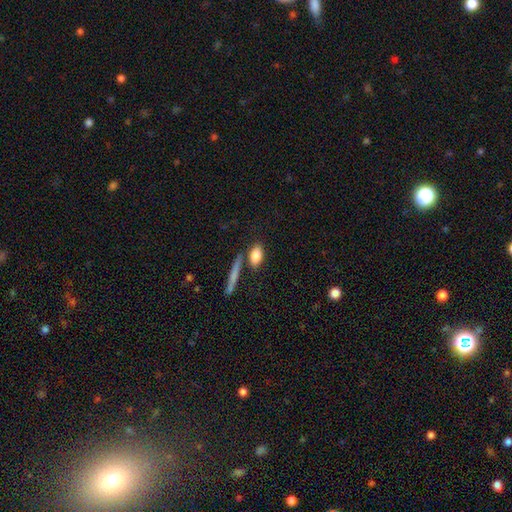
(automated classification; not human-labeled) A smooth galaxy with no disk features (83%) that is in between round and cigar-shaped (79%). Merging: none (69%).